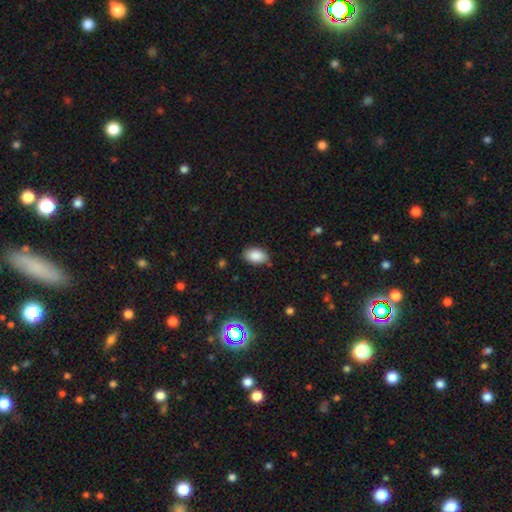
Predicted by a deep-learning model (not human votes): Smooth or featured? smooth (86%)
How rounded? in between (90%)
Merging? none (80%)